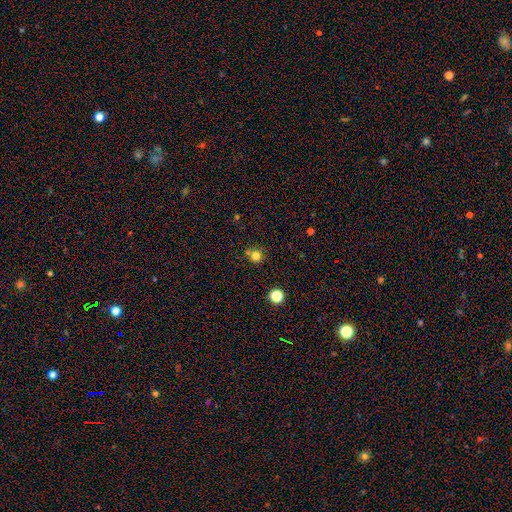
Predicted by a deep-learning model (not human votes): This appears to be a smooth galaxy with no disk features (78%) that is round (93%). Merging: none (73%).